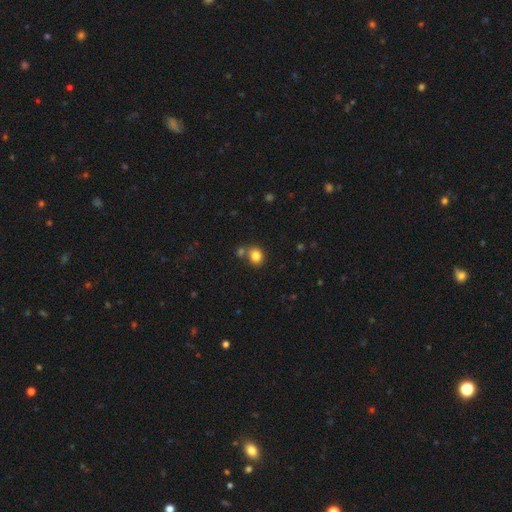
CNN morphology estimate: smooth 83%, star or artifact 11%, featured or disk 6%. Down the decision tree: how rounded — round (69%); merging — none (64%).